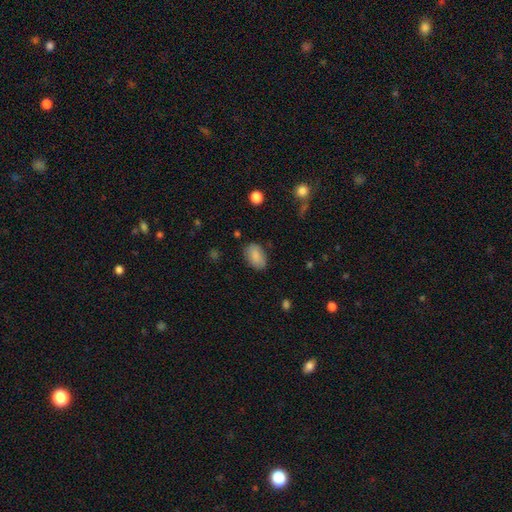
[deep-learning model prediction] Overall: smooth (85%). How rounded: in between (89%). Merging: none (81%).